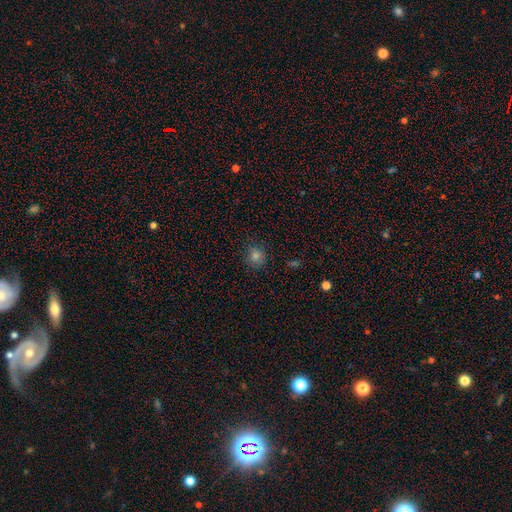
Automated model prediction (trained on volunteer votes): Smooth or featured?
  - smooth: 76% *
  - star or artifact: 18%
  - featured or disk: 6%
How rounded?
  - round: 87% *
  - in between: 12%
  - cigar-shaped: 1%
Merging?
  - none: 86% *
  - minor disturbance: 11%
  - major disturbance: 3%
  - merger: 1%